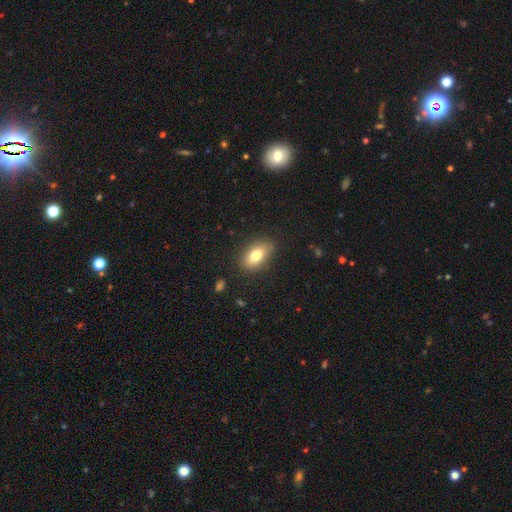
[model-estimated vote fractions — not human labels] smooth 78%, featured or disk 14%, star or artifact 8%. Down the decision tree: how rounded — in between (88%); merging — none (84%).